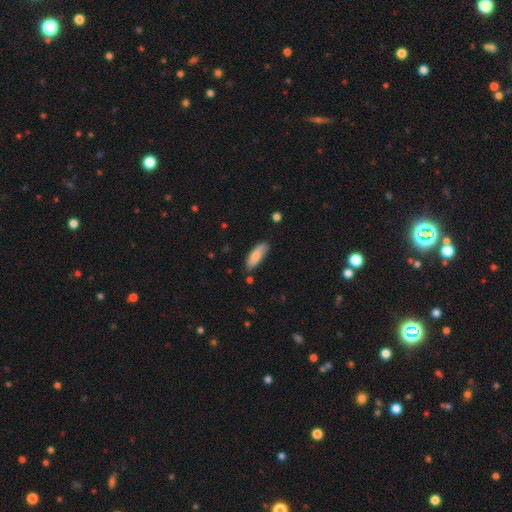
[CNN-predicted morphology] This is clearly a smooth galaxy (81%). How rounded: likely in between (64%). Merging: likely none (78%).